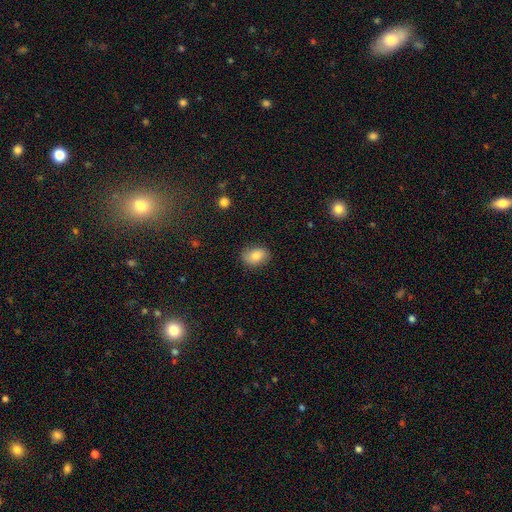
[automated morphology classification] smooth_or_featured: smooth (p=0.83) [alt: featured or disk p=0.09]
how_rounded: in between (p=0.80) [alt: round p=0.19]
merging: none (p=0.84) [alt: minor disturbance p=0.12]